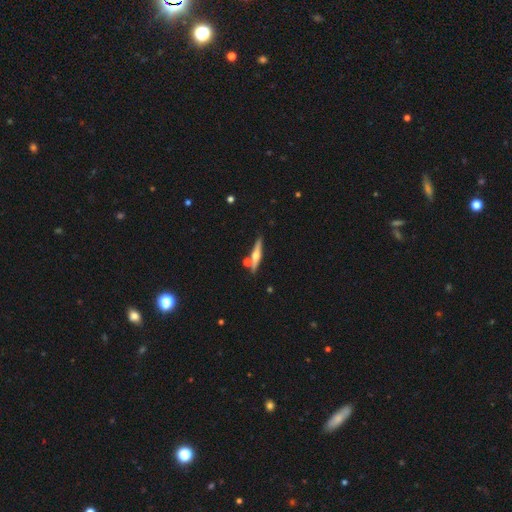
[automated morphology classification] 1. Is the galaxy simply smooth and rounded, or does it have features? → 67% featured or disk, 27% smooth, 6% star or artifact.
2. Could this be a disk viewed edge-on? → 97% yes, 3% no.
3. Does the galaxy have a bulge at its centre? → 92% rounded, 4% boxy, 4% none.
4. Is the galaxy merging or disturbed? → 79% none, 10% merger, 9% minor disturbance, 2% major disturbance.